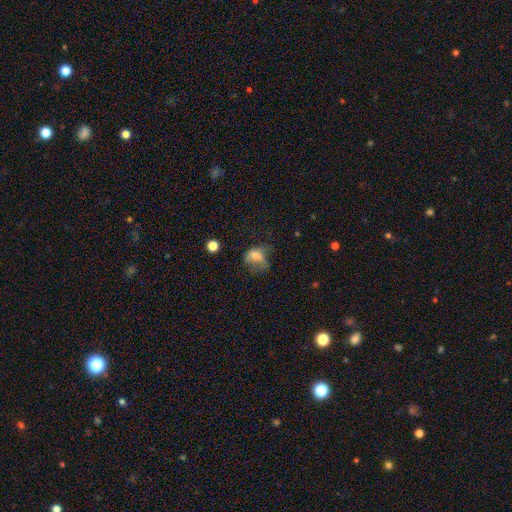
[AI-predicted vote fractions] This appears to be a smooth galaxy with no disk features (66%) that is in between round and cigar-shaped (64%). Merging: major disturbance (41%).